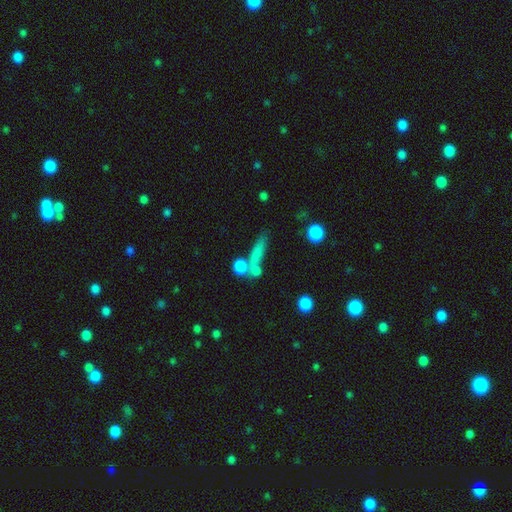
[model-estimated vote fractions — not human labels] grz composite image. It shows a smooth galaxy with no disk features (69%) that is cigar-shaped (61%). Merging: none (52%).